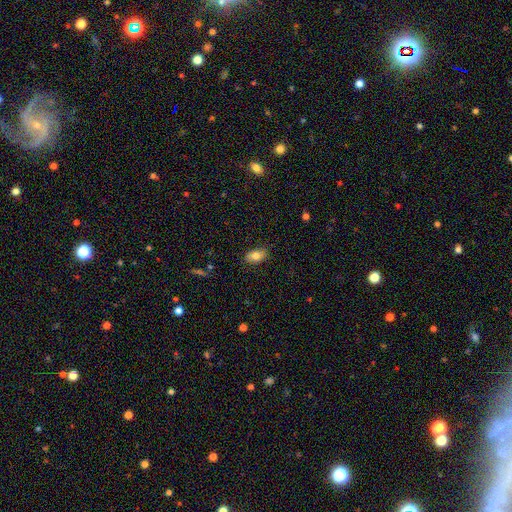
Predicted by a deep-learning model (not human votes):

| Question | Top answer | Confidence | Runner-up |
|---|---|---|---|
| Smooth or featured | smooth | 79% | featured or disk (13%) |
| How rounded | in between | 89% | round (8%) |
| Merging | none | 86% | minor disturbance (11%) |